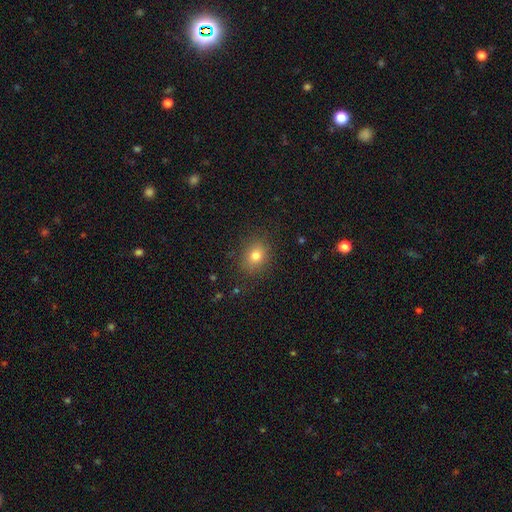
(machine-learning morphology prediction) A smooth galaxy with no disk features (79%) that is round (57%). Merging: none (85%).